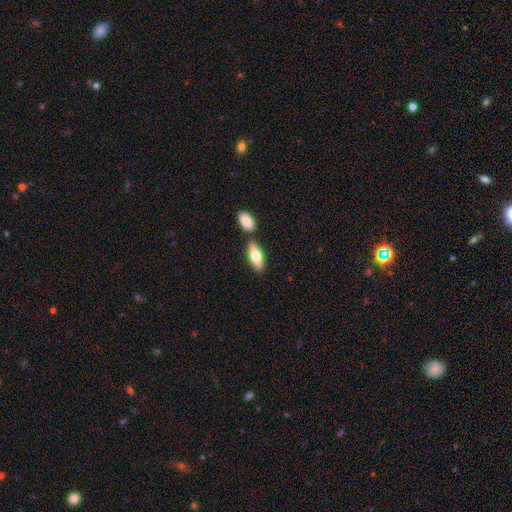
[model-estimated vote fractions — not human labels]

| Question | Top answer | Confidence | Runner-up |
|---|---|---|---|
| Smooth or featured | smooth | 75% | featured or disk (19%) |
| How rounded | in between | 77% | cigar-shaped (21%) |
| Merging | none | 71% | merger (17%) |